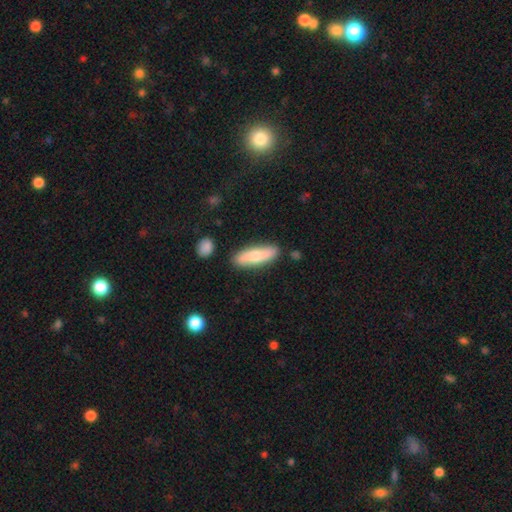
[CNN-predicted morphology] This is likely a smooth galaxy (68%). How rounded: possibly cigar-shaped (56%). Merging: clearly none (83%).